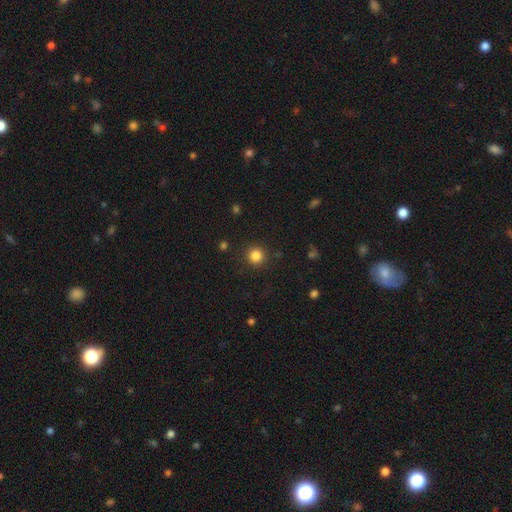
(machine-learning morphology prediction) Smooth or featured?
  - smooth: 83% *
  - star or artifact: 13%
  - featured or disk: 4%
How rounded?
  - round: 94% *
  - in between: 5%
  - cigar-shaped: 1%
Merging?
  - none: 89% *
  - minor disturbance: 6%
  - major disturbance: 3%
  - merger: 1%